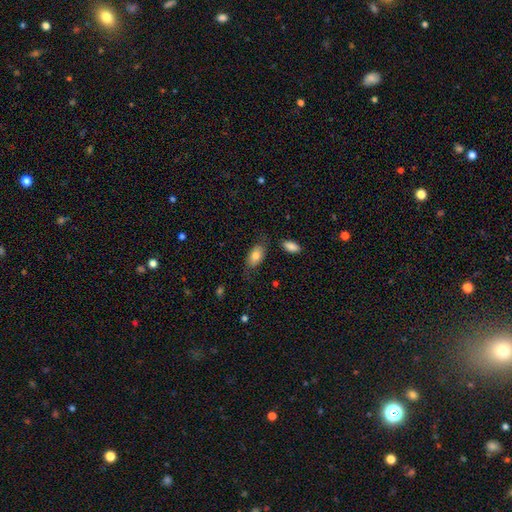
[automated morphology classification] The model was most divided on "merging": none: 68%, minor disturbance: 22%, major disturbance: 7%, merger: 3%. More confident: how rounded — in between (92%); smooth or featured — smooth (77%).